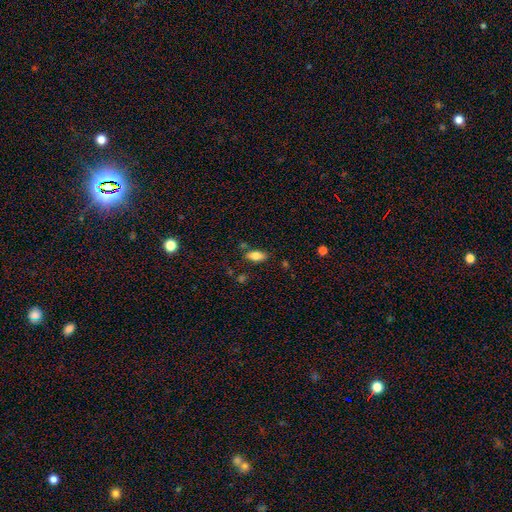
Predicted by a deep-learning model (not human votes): smooth 78%, featured or disk 14%, star or artifact 8%. Down the decision tree: how rounded — in between (86%); merging — none (79%).